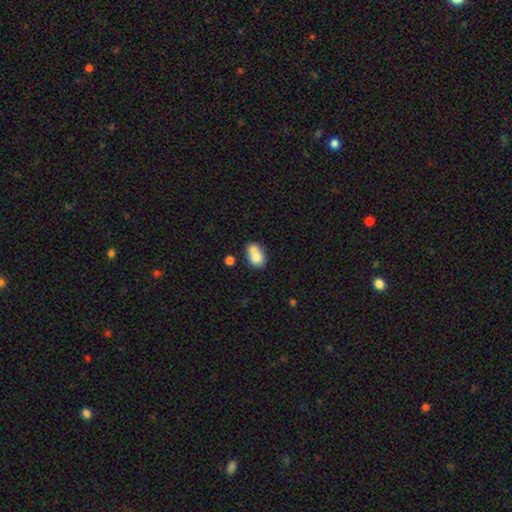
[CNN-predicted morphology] Smooth or featured? Predicted: smooth (p=0.76). How rounded? Predicted: in between (p=0.70). Merging? Predicted: merger (p=0.46).